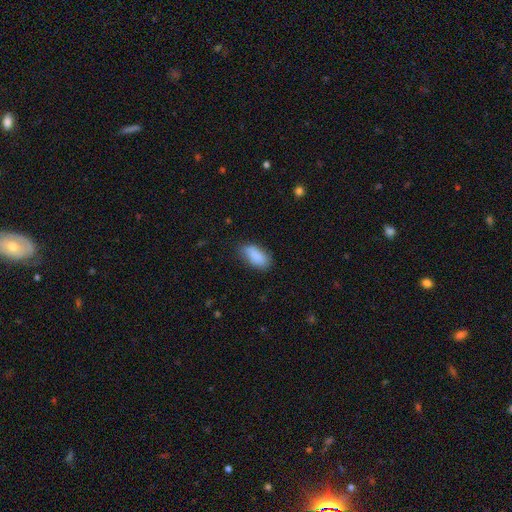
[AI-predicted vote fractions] Smooth or featured: smooth — 87% (star or artifact — 7%)
How rounded: in between — 90% (cigar-shaped — 8%)
Merging: none — 70% (minor disturbance — 23%)